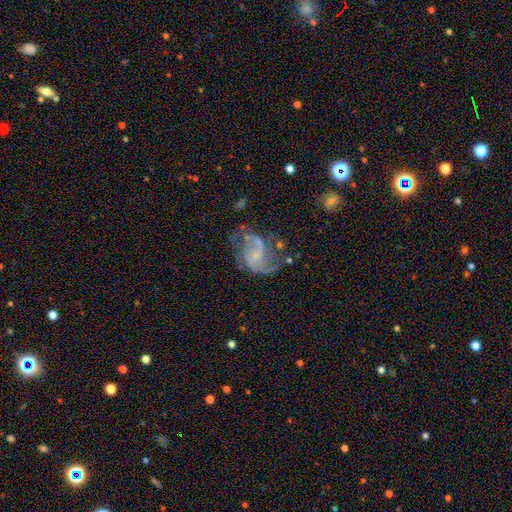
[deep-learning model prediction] Morphology: type=featured or disk (89%); edge-on=no (98%); bar=no (57%); spiral arms=yes (97%); winding=medium (53%); arm count=2 (79%); bulge=small (58%); merging=none (60%).